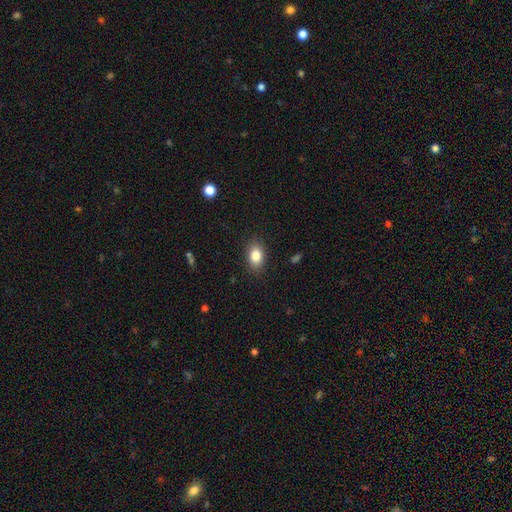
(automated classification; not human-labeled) Q: Smooth or featured?
A: smooth (84%); runner-up: star or artifact (9%)
Q: How rounded?
A: in between (82%); runner-up: round (16%)
Q: Merging?
A: none (87%); runner-up: minor disturbance (9%)